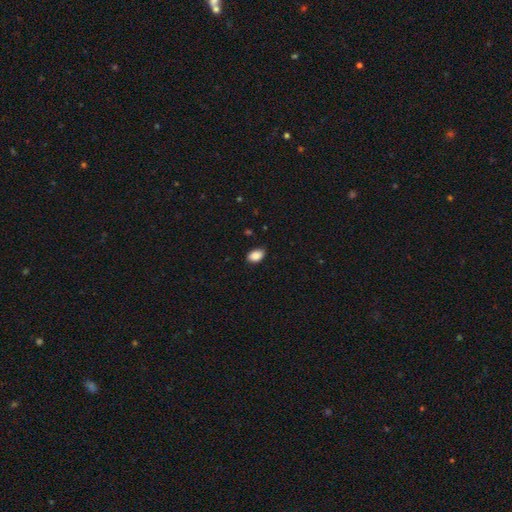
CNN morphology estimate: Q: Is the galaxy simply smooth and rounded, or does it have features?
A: smooth — 89%.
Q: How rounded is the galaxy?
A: in between — 89%.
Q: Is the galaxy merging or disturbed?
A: none — 86%.